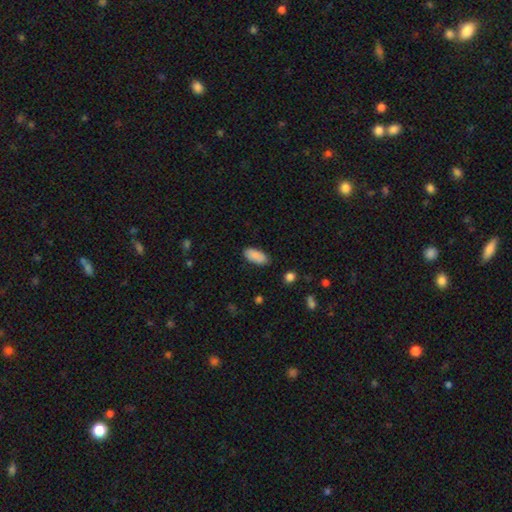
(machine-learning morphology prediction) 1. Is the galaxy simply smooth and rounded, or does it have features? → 89% smooth, 7% star or artifact, 4% featured or disk.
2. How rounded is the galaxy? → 89% in between, 9% cigar-shaped, 2% round.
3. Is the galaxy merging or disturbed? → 85% none, 11% minor disturbance, 3% major disturbance, 1% merger.